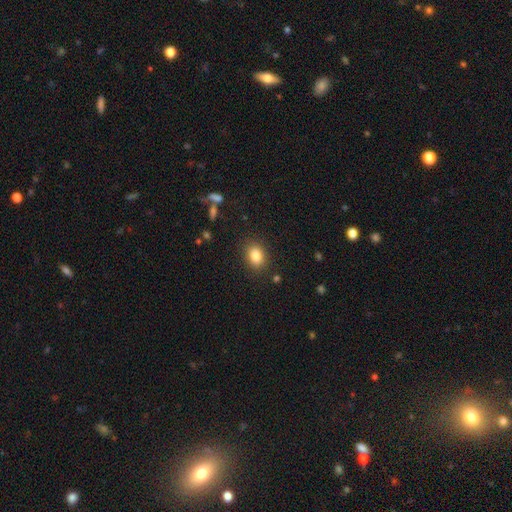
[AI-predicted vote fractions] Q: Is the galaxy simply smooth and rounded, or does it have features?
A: smooth — 83%.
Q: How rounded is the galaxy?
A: in between — 62%.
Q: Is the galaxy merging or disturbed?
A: none — 86%.